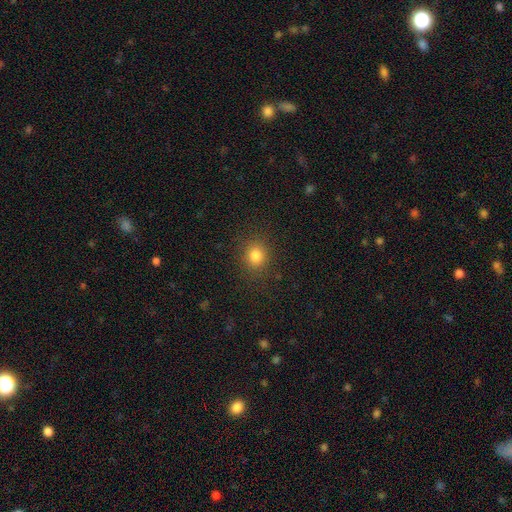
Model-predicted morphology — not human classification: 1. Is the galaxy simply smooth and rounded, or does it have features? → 81% smooth, 13% star or artifact, 5% featured or disk.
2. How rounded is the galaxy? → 74% round, 25% in between, 1% cigar-shaped.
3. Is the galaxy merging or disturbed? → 87% none, 8% minor disturbance, 3% major disturbance, 1% merger.